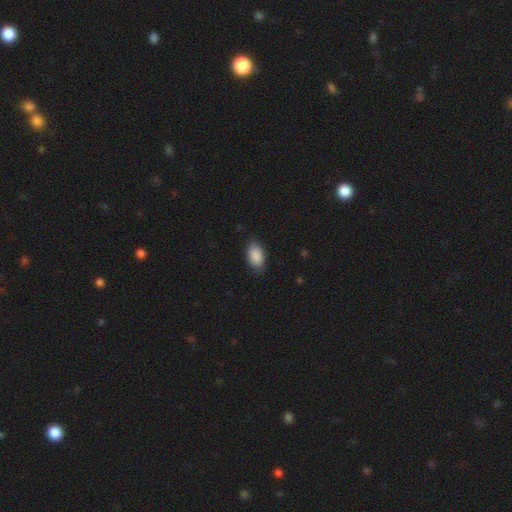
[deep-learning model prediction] Smooth or featured: smooth — 90% (star or artifact — 6%)
How rounded: in between — 93% (round — 5%)
Merging: none — 84% (minor disturbance — 12%)